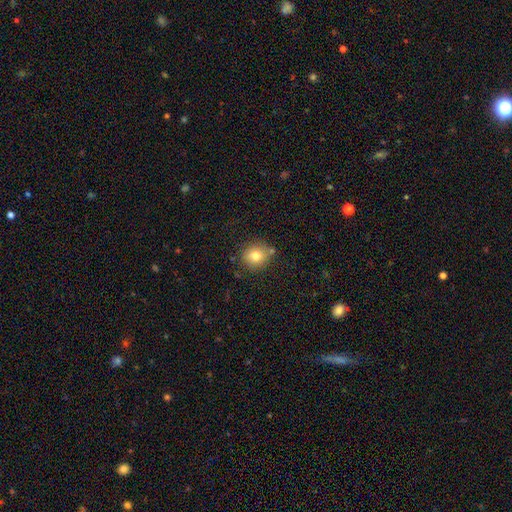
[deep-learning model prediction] Smooth or featured? Predicted: smooth (p=0.78). How rounded? Predicted: round (p=0.83). Merging? Predicted: none (p=0.76).